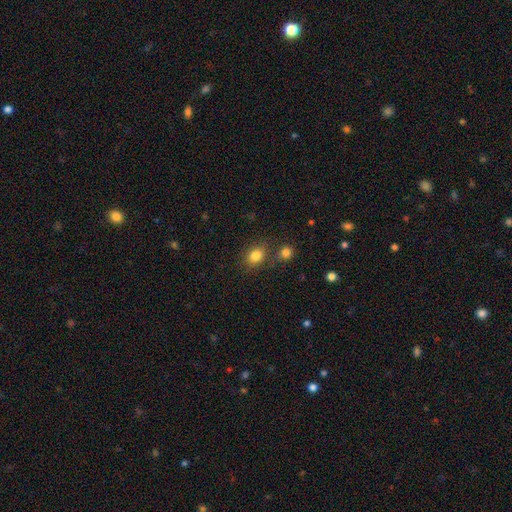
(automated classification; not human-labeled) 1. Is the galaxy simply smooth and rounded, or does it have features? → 83% smooth, 10% star or artifact, 7% featured or disk.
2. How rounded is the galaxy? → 62% in between, 37% round, 1% cigar-shaped.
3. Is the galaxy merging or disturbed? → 68% none, 15% merger, 12% minor disturbance, 4% major disturbance.